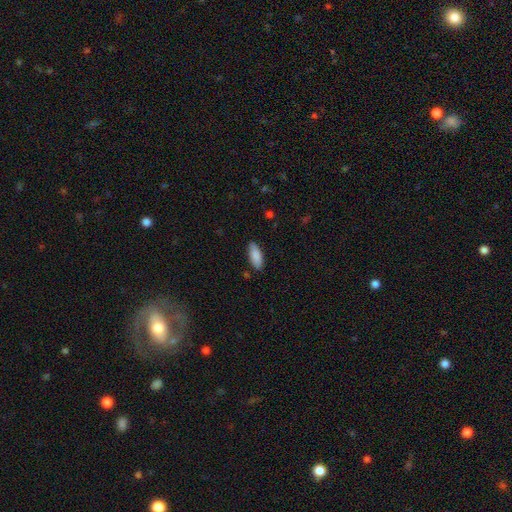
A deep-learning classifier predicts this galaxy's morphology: type=smooth (87%); roundness=in between (76%); merging=none (84%).